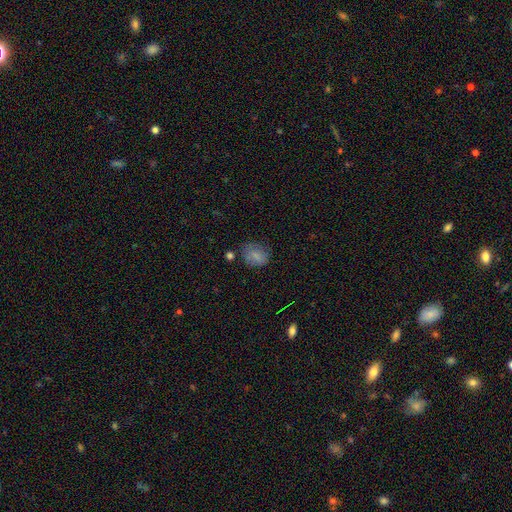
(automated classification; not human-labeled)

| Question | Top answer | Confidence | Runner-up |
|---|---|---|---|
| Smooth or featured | smooth | 73% | featured or disk (15%) |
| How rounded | round | 59% | in between (39%) |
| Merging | none | 62% | minor disturbance (24%) |